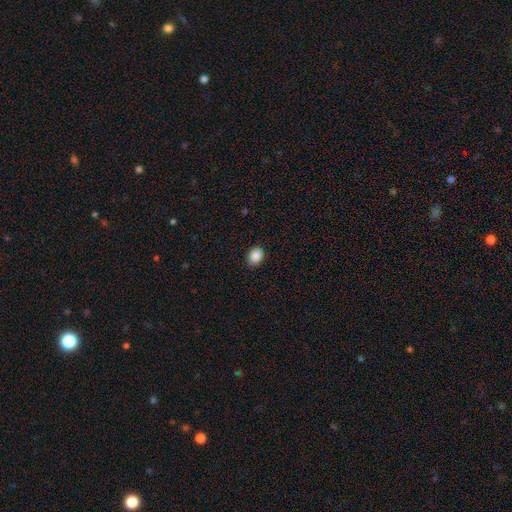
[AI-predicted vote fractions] Smooth or featured? smooth (88%)
How rounded? in between (51%)
Merging? none (89%)